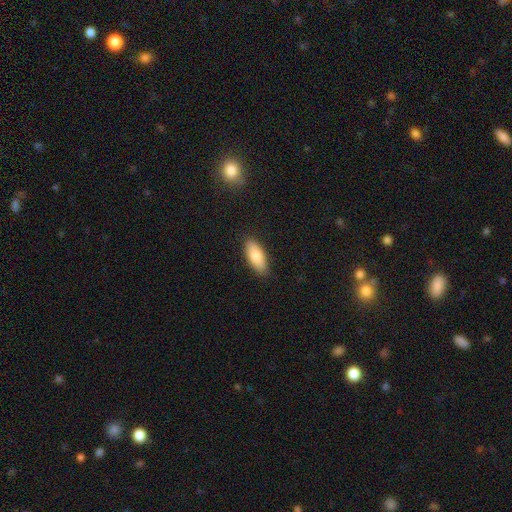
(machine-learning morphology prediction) Smooth or featured? smooth (82%)
How rounded? in between (81%)
Merging? none (87%)